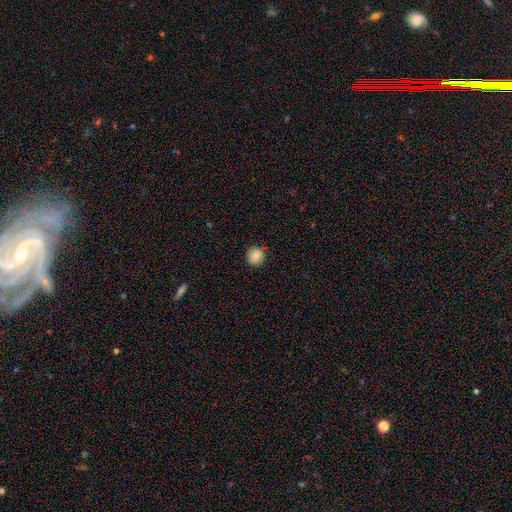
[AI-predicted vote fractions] Smooth or featured? Predicted: smooth (p=0.84). How rounded? Predicted: round (p=0.91). Merging? Predicted: none (p=0.89).